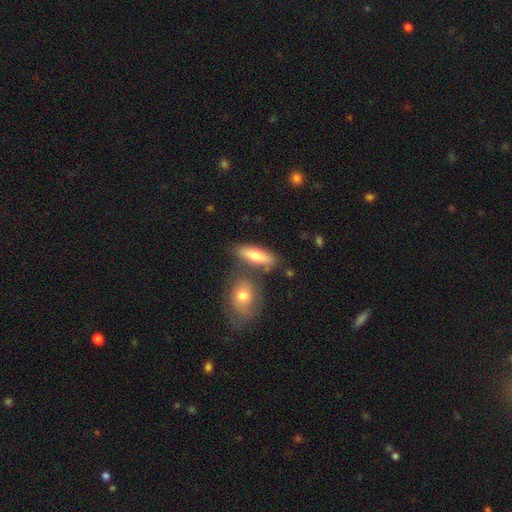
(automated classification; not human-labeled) A smooth galaxy with no disk features (73%) that is in between round and cigar-shaped (61%). Merging: none (64%).